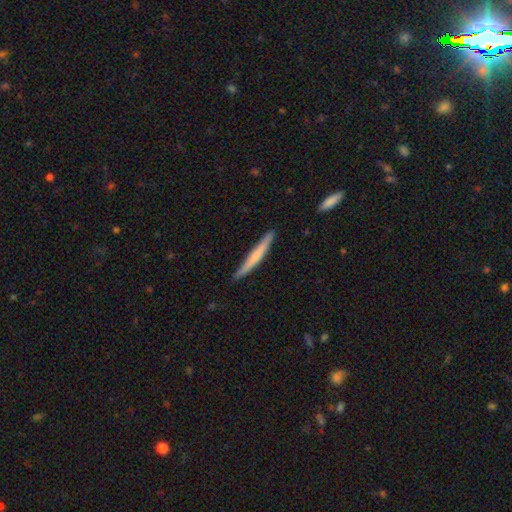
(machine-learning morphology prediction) Smooth or featured: smooth — 57% (featured or disk — 38%)
How rounded: cigar-shaped — 96% (in between — 3%)
Merging: none — 87% (minor disturbance — 10%)